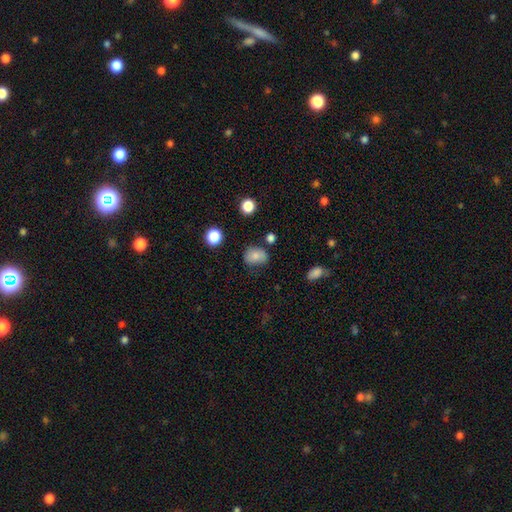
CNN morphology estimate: smooth_or_featured: smooth (p=0.80) [alt: star or artifact p=0.11]
how_rounded: in between (p=0.58) [alt: round p=0.41]
merging: none (p=0.64) [alt: minor disturbance p=0.25]